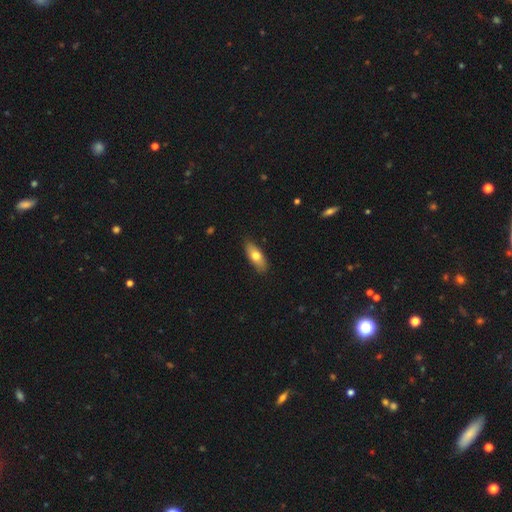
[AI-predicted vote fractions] The model was most divided on "smooth or featured": smooth: 70%, featured or disk: 24%, star or artifact: 6%. More confident: merging — none (86%); how rounded — in between (73%).